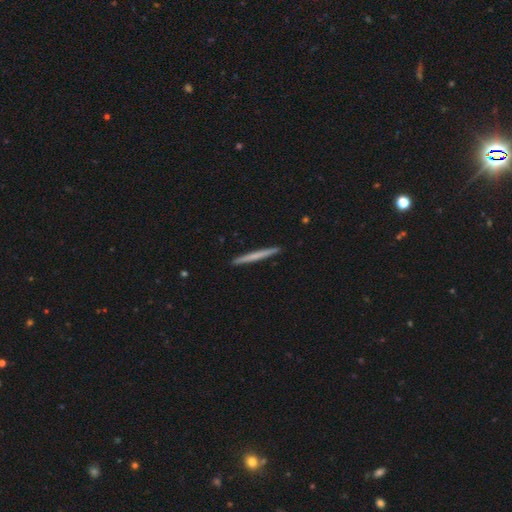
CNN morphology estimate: smooth 57%, featured or disk 38%, star or artifact 5%. Down the decision tree: how rounded — cigar-shaped (97%); merging — none (93%).